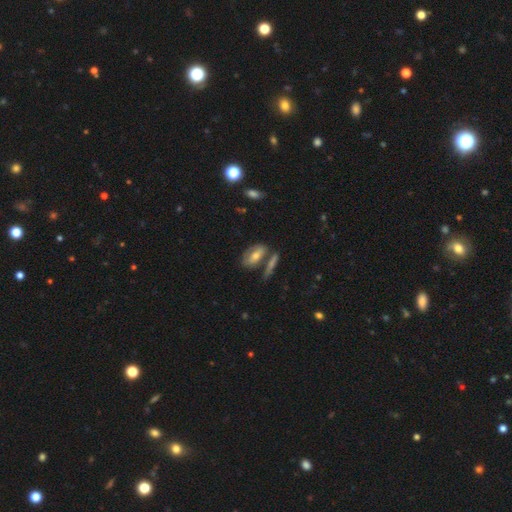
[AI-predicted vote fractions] A smooth galaxy with no disk features (45%). Merging: none (64%).